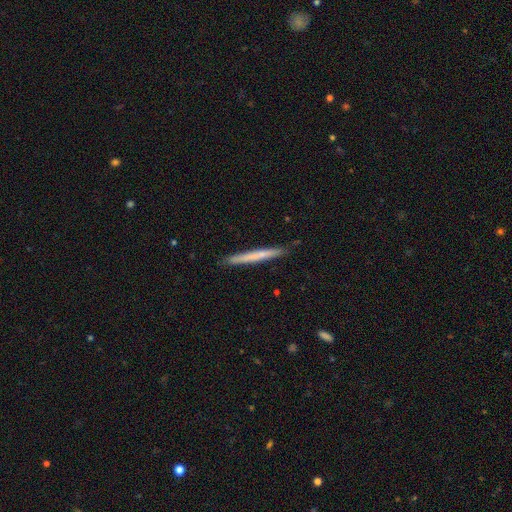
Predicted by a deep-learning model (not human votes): smooth 59%, featured or disk 35%, star or artifact 5%. Down the decision tree: how rounded — cigar-shaped (97%); merging — none (90%).